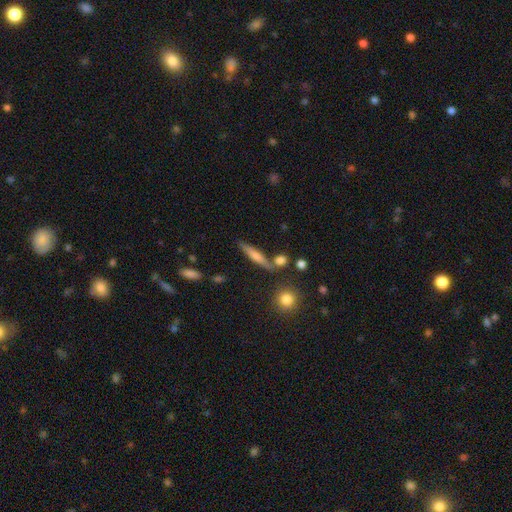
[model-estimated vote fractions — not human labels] Morphology: type=smooth (49%); merging=none (75%).